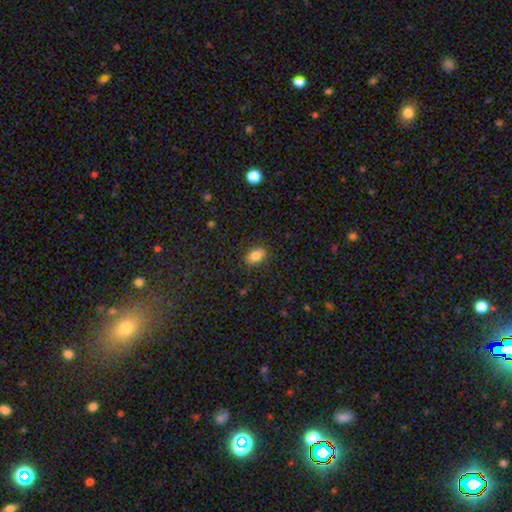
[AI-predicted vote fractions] This is clearly a smooth galaxy (82%). How rounded: clearly in between (89%). Merging: clearly none (86%).